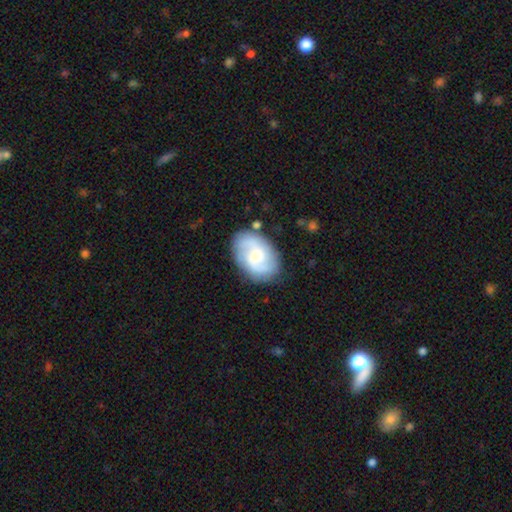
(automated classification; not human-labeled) Smooth or featured: featured or disk — 69% (smooth — 25%)
Edge-on disk: no — 97% (yes — 3%)
Bar: no — 50% (weak — 43%)
Spiral arms: yes — 93% (no — 7%)
Spiral winding: medium — 48% (tight — 28%)
Spiral arm count: 2 — 69% (can't tell — 13%)
Bulge size: small — 46% (moderate — 38%)
Merging: none — 78% (minor disturbance — 15%)